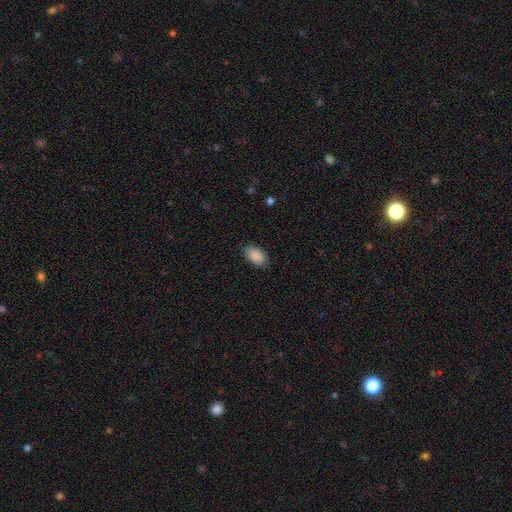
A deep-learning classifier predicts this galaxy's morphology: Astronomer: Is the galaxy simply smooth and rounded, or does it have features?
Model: smooth — 90%.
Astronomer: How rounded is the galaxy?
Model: in between — 93%.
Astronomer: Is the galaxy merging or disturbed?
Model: none — 84%.